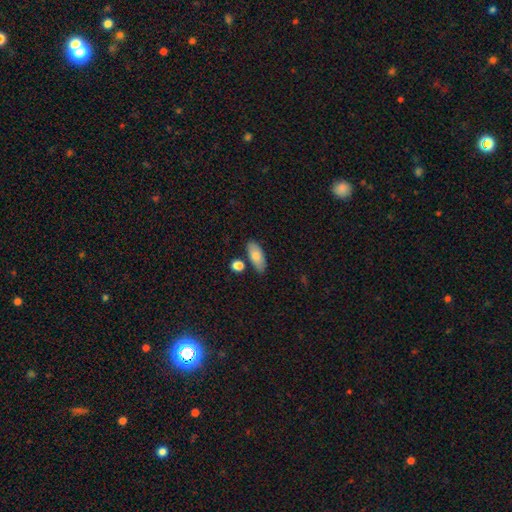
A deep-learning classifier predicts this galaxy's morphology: This appears to be a smooth galaxy with no disk features (77%) that is in between round and cigar-shaped (86%). Merging: none (77%).